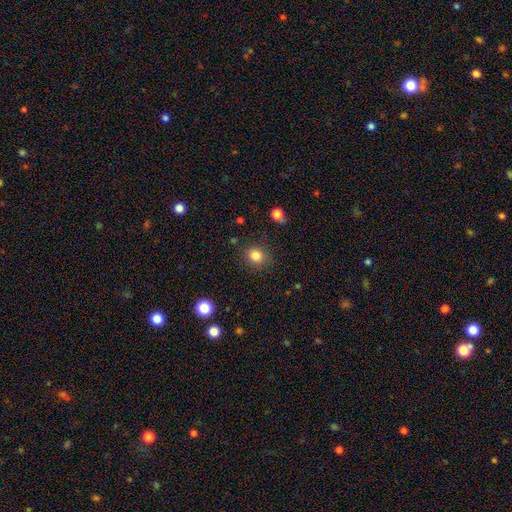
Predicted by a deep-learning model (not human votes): The model was most divided on "how rounded": round: 80%, in between: 19%, cigar-shaped: 1%. More confident: merging — none (86%); smooth or featured — smooth (83%).